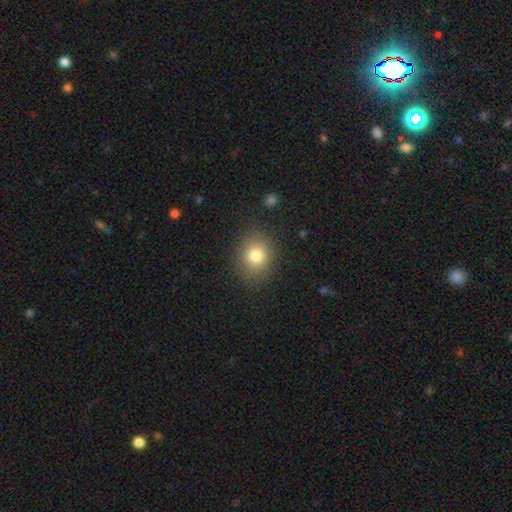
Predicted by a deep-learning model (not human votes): A smooth galaxy with no disk features (80%) that is round (69%).

Vote fractions:
- Smooth or featured? smooth: 80% / star or artifact: 12% / featured or disk: 9%
- How rounded? round: 69% / in between: 30% / cigar-shaped: 1%
- Merging? none: 86% / minor disturbance: 9% / major disturbance: 3% / merger: 1%